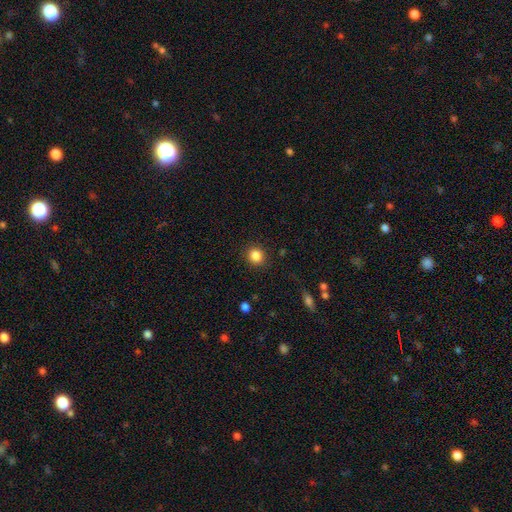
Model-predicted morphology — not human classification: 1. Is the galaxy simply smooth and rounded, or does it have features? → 85% smooth, 11% star or artifact, 4% featured or disk.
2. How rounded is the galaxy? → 87% round, 12% in between, 1% cigar-shaped.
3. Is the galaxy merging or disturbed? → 90% none, 6% minor disturbance, 2% major disturbance, 1% merger.